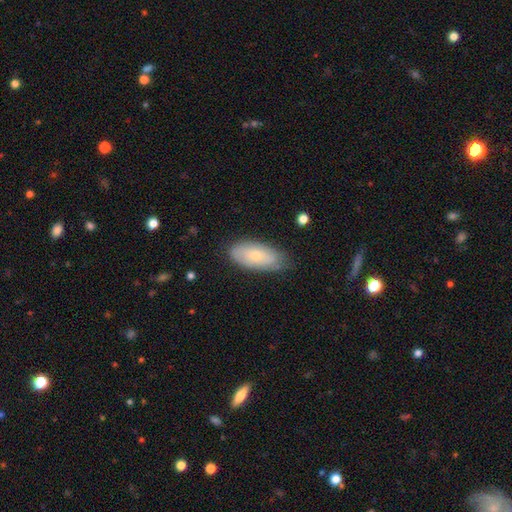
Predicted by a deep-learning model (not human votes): The model was most divided on "smooth or featured": smooth: 59%, featured or disk: 34%, star or artifact: 6%. More confident: how rounded — in between (90%); merging — none (71%).